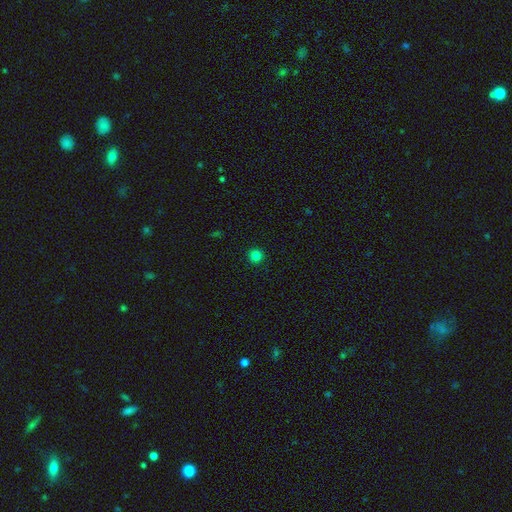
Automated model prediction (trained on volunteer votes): Smooth or featured?
  - smooth: 83% *
  - star or artifact: 14%
  - featured or disk: 4%
How rounded?
  - round: 95% *
  - in between: 4%
  - cigar-shaped: 1%
Merging?
  - none: 93% *
  - minor disturbance: 4%
  - major disturbance: 2%
  - merger: 1%